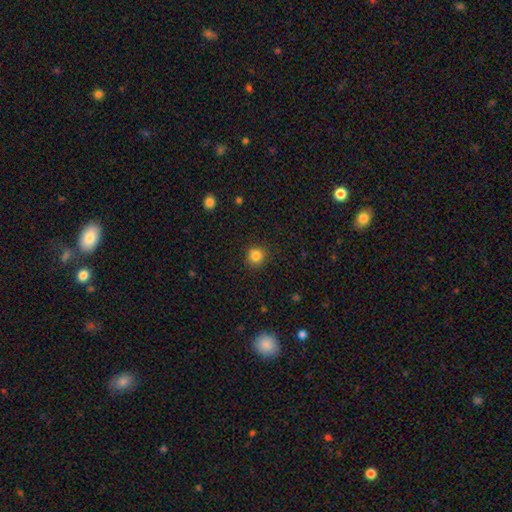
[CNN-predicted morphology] This appears to be a smooth galaxy with no disk features (84%) that is round (91%). Merging: none (88%).